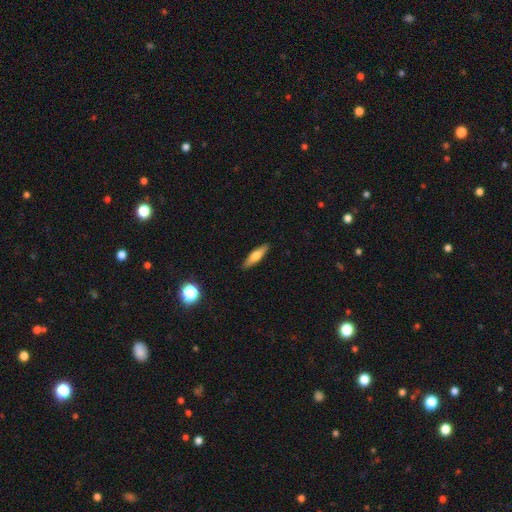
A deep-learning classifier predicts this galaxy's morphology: A smooth galaxy with no disk features (52%) that is cigar-shaped (74%). Merging: none (90%).